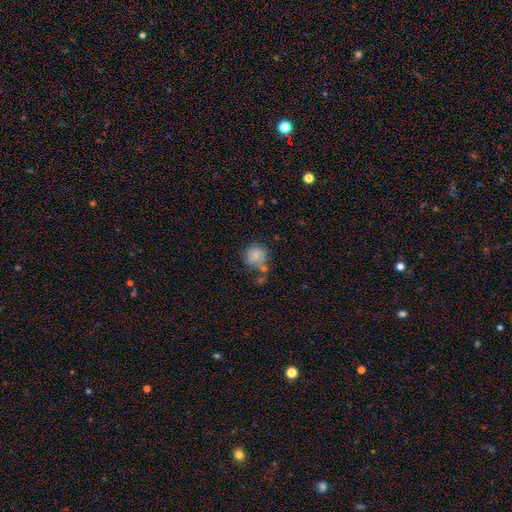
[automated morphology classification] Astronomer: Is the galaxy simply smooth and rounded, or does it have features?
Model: smooth — 73%.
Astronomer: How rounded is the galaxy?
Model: round — 76%.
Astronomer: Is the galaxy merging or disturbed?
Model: none — 47%.